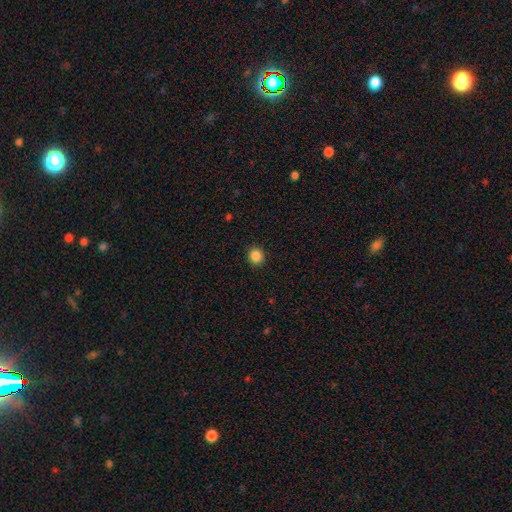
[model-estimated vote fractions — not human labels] Q: Smooth or featured?
A: smooth (86%); runner-up: star or artifact (11%)
Q: How rounded?
A: round (89%); runner-up: in between (10%)
Q: Merging?
A: none (92%); runner-up: minor disturbance (6%)